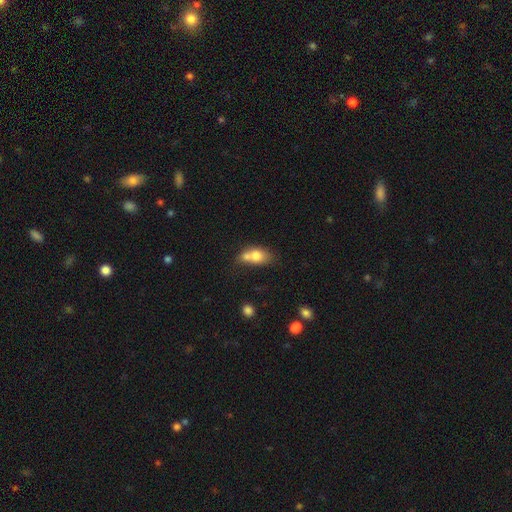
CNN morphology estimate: This is likely a smooth galaxy (72%). How rounded: likely in between (73%). Merging: possibly merger (54%).